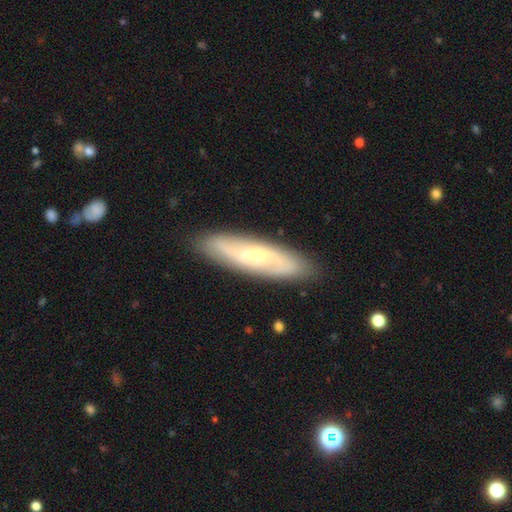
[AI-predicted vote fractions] A featured or disk galaxy (68%) with no bar (45%), spiral arms (83%) and a small central bulge (57%).

Vote fractions:
- Smooth or featured? featured or disk: 68% / smooth: 26% / star or artifact: 6%
- Edge-on disk? no: 76% / yes: 24%
- Bar? no: 45% / weak: 41% / strong: 13%
- Spiral arms? yes: 83% / no: 17%
- Bulge size? small: 57% / moderate: 39% / large: 2% / none: 2% / dominant: 1%
- Merging? none: 88% / minor disturbance: 9% / major disturbance: 2% / merger: 1%